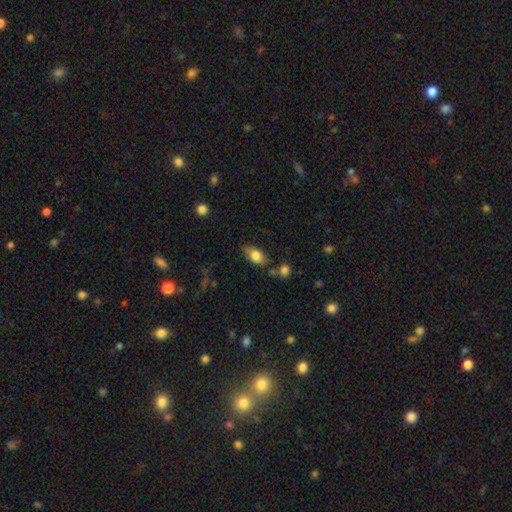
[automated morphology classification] smooth_or_featured: smooth (p=0.79) [alt: featured or disk p=0.14]
how_rounded: in between (p=0.88) [alt: round p=0.07]
merging: none (p=0.72) [alt: minor disturbance p=0.18]